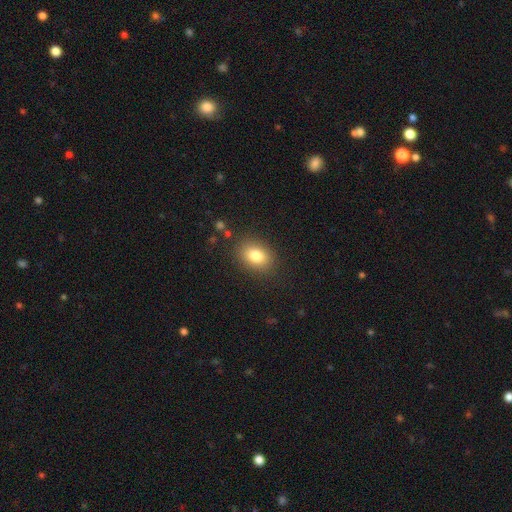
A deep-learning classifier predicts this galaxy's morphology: Smooth or featured? smooth (83%)
How rounded? in between (75%)
Merging? none (84%)